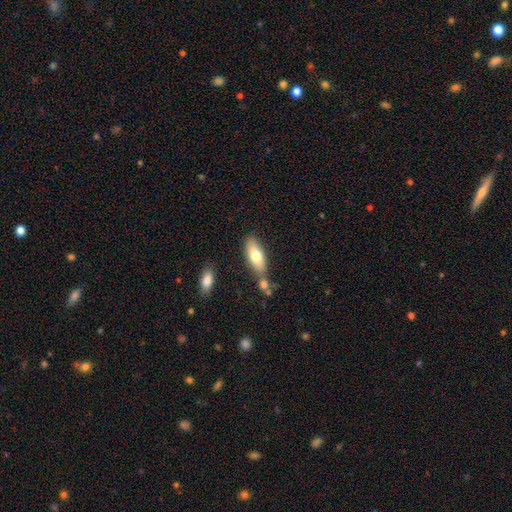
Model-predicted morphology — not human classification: A smooth galaxy with no disk features (73%) that is in between round and cigar-shaped (72%). Merging: none (61%).